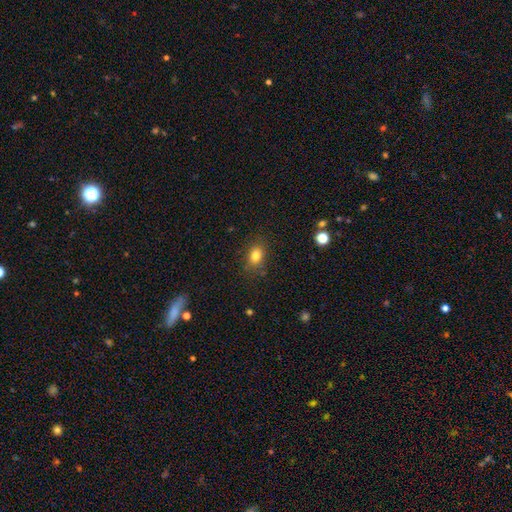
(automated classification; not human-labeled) Overall: smooth (81%). How rounded: in between (66%; round 33%). Merging: none (80%).